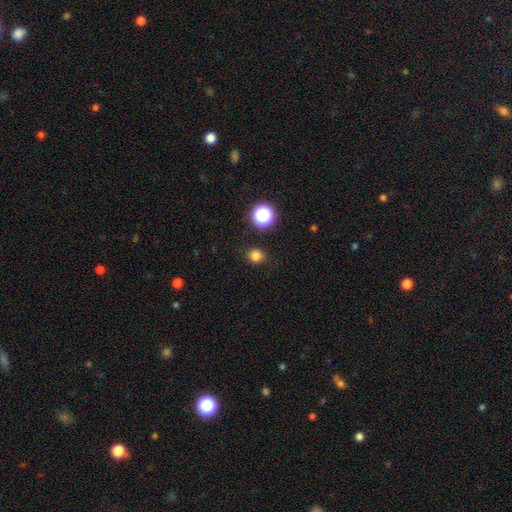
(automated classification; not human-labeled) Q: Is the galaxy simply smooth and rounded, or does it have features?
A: smooth — 80%.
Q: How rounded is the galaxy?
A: round — 77%.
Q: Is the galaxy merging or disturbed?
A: none — 88%.